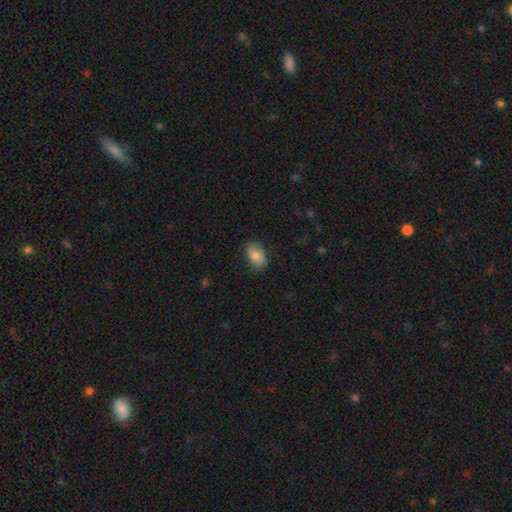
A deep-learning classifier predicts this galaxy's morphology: Smooth or featured? Predicted: smooth (p=0.81). How rounded? Predicted: in between (p=0.90). Merging? Predicted: none (p=0.81).